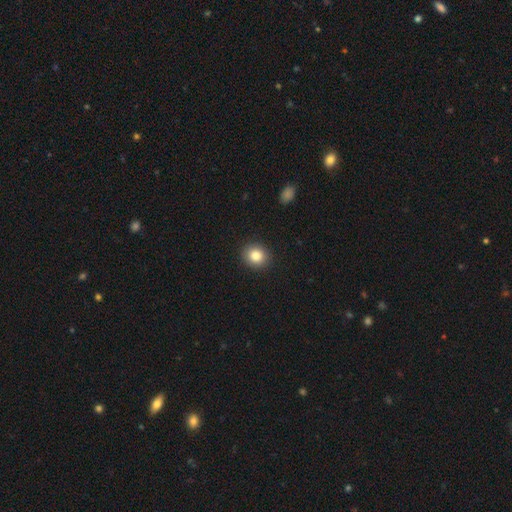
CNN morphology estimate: The model was most divided on "how rounded": round: 74%, in between: 25%, cigar-shaped: 1%. More confident: merging — none (91%); smooth or featured — smooth (84%).